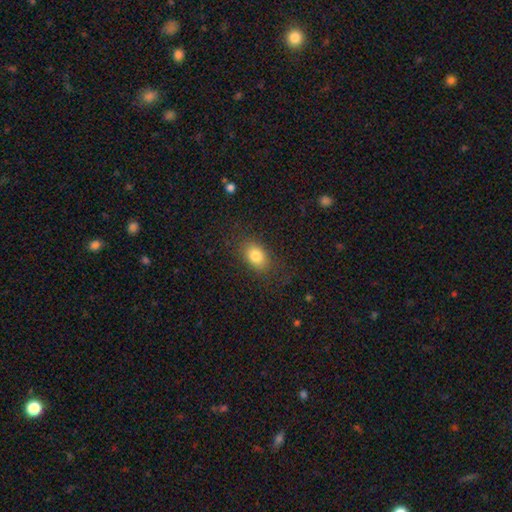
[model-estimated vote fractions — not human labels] This is clearly a smooth galaxy (82%). How rounded: clearly in between (82%). Merging: clearly none (81%).